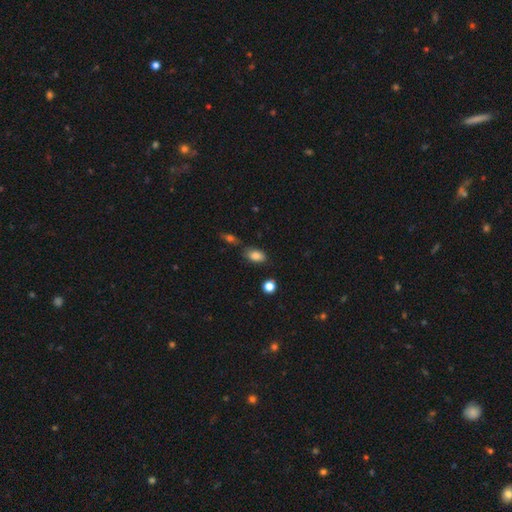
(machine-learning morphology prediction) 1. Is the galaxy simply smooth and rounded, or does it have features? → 84% smooth, 10% star or artifact, 6% featured or disk.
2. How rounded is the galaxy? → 88% in between, 9% round, 3% cigar-shaped.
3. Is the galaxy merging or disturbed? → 68% none, 20% minor disturbance, 8% merger, 5% major disturbance.